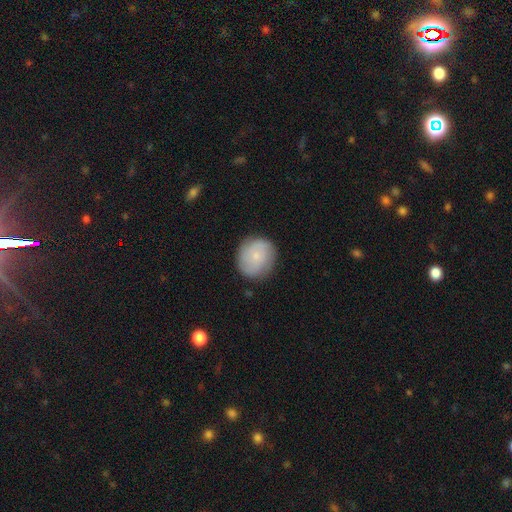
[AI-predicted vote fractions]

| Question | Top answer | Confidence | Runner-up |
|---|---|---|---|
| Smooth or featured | smooth | 71% | featured or disk (22%) |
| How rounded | round | 83% | in between (16%) |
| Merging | none | 82% | minor disturbance (13%) |